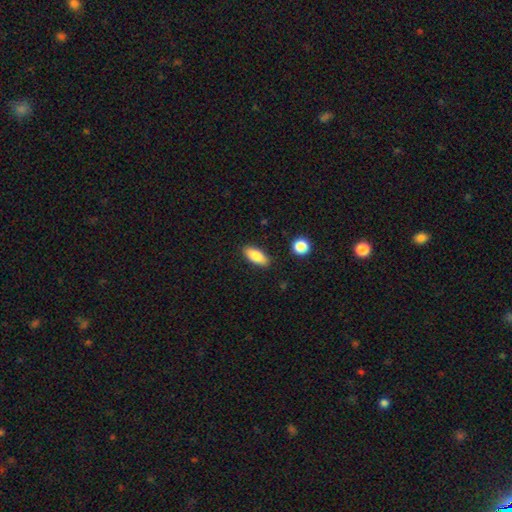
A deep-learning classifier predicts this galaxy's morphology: Smooth or featured: smooth — 83% (featured or disk — 10%)
How rounded: in between — 83% (cigar-shaped — 14%)
Merging: none — 87% (minor disturbance — 9%)